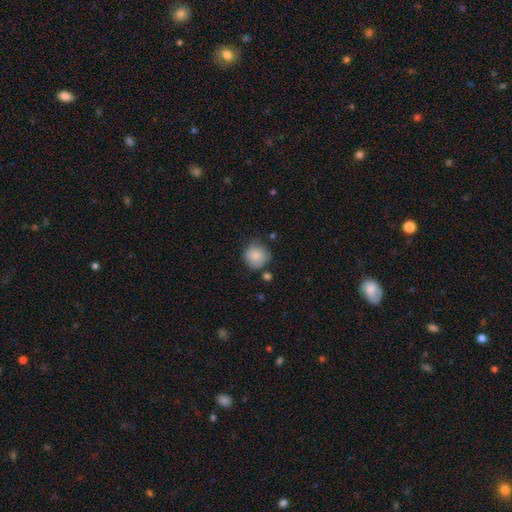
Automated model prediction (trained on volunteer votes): smooth_or_featured: smooth (p=0.86) [alt: star or artifact p=0.08]
how_rounded: round (p=0.91) [alt: in between p=0.09]
merging: none (p=0.68) [alt: minor disturbance p=0.22]